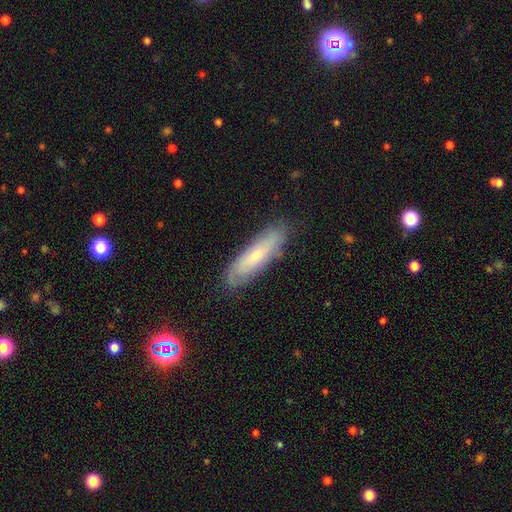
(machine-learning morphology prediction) Smooth or featured: smooth — 50% (featured or disk — 42%)
Merging: none — 79% (minor disturbance — 16%)